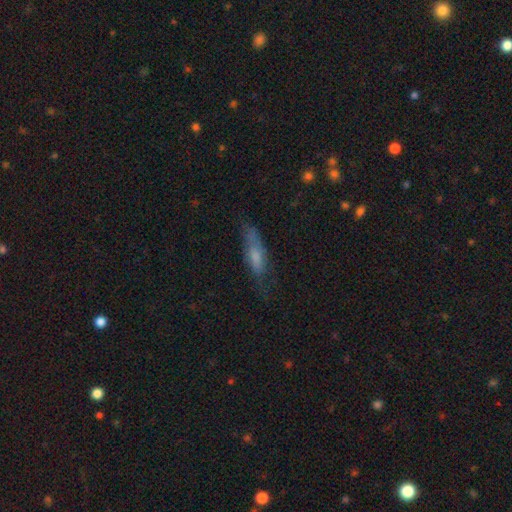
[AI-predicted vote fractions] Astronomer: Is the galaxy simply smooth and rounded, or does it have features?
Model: smooth — 61%.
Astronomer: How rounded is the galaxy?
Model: cigar-shaped — 56% (runner-up: in between, 42%).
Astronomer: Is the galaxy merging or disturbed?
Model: none — 57%.